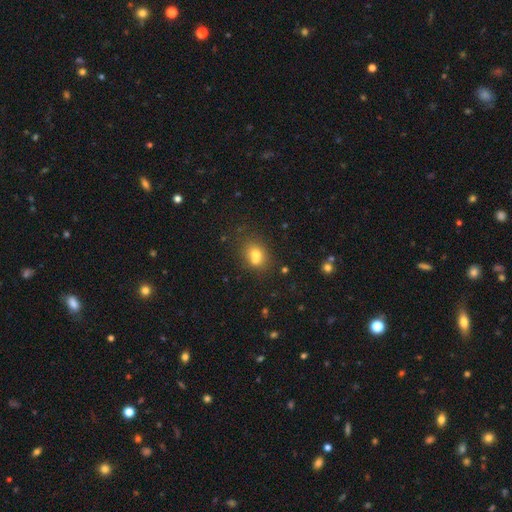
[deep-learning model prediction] This is likely a smooth galaxy (69%). How rounded: possibly round (57%). Merging: marginally merger (42%, tied with none).